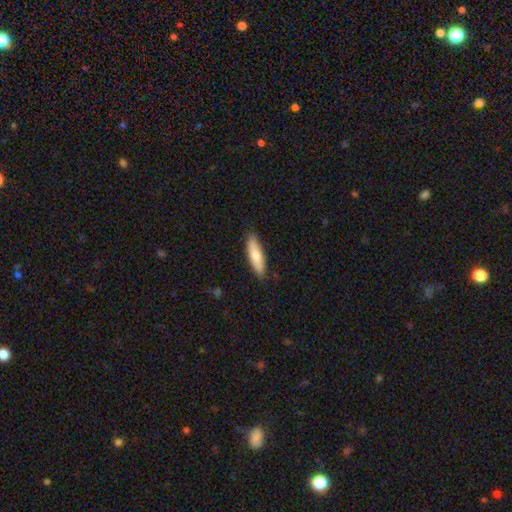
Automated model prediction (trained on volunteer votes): Smooth or featured? smooth (74%)
How rounded? cigar-shaped (65%)
Merging? none (88%)